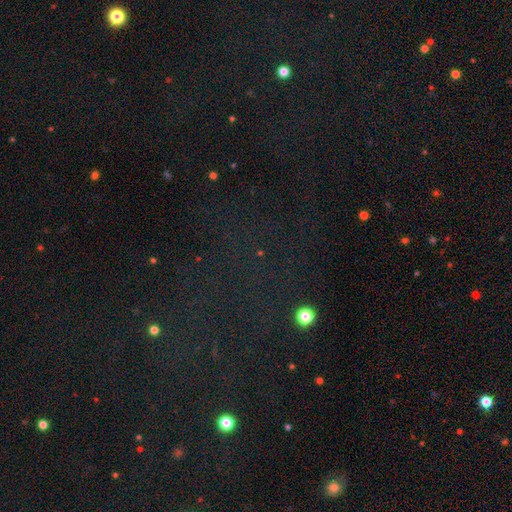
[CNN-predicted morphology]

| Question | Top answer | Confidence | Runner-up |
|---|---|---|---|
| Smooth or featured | star or artifact | 73% | smooth (17%) |